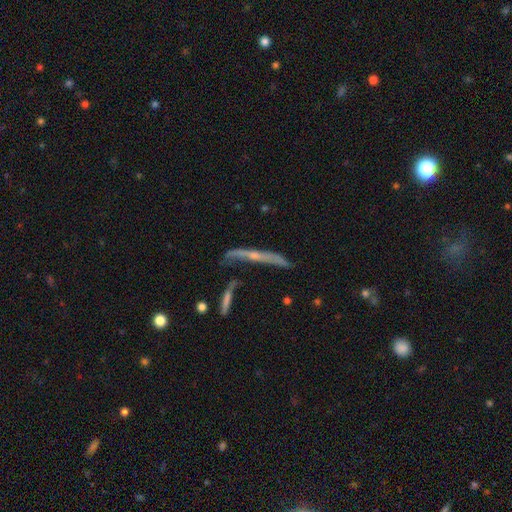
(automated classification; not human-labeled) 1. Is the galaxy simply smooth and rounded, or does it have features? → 63% featured or disk, 26% smooth, 11% star or artifact.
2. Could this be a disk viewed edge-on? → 83% yes, 17% no.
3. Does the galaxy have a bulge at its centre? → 53% rounded, 41% none, 6% boxy.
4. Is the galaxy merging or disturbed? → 49% none, 21% minor disturbance, 16% merger, 14% major disturbance.